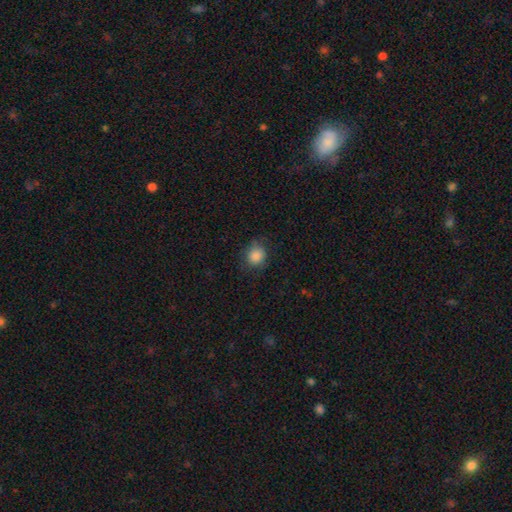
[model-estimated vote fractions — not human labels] The model was most divided on "how rounded": round: 75%, in between: 24%, cigar-shaped: 1%. More confident: smooth or featured — smooth (86%); merging — none (76%).